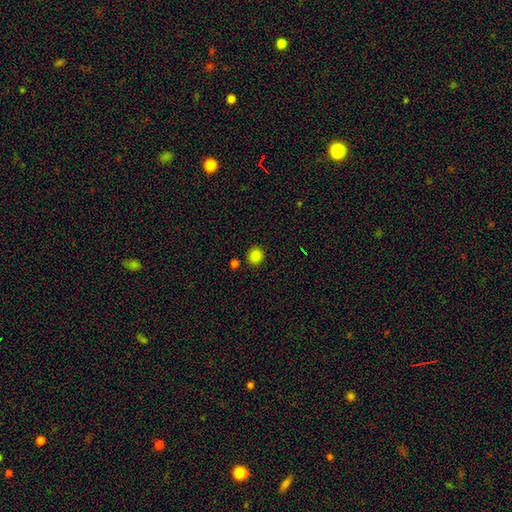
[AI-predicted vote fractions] smooth-or-featured: smooth: 85% | star or artifact: 12% | featured or disk: 4%
  how-rounded: round: 82% | in between: 17% | cigar-shaped: 1%
  merging: none: 86% | minor disturbance: 8% | merger: 4% | major disturbance: 2%